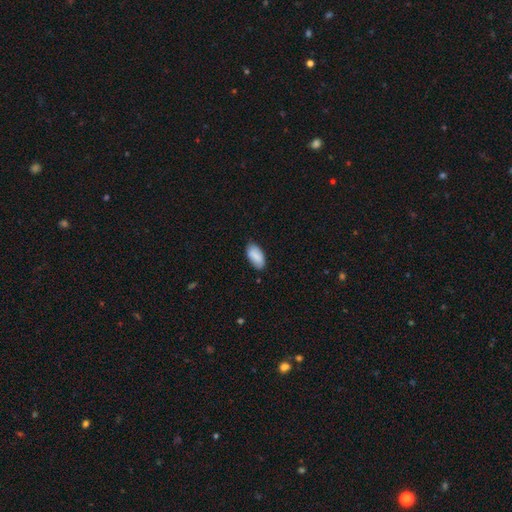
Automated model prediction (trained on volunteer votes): Morphology: type=smooth (87%); roundness=in between (94%); merging=none (79%).